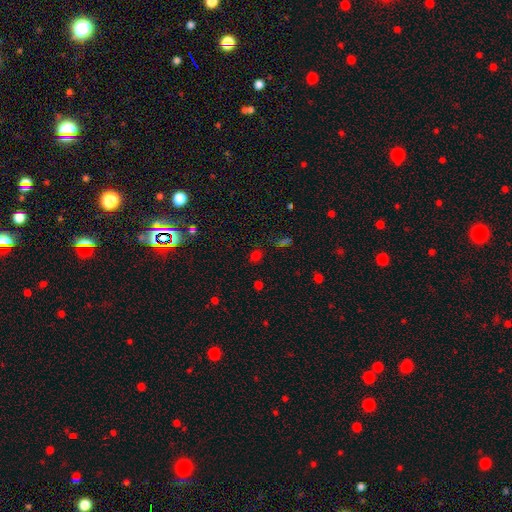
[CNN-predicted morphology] Smooth or featured: smooth — 64% (star or artifact — 30%)
How rounded: round — 57% (in between — 41%)
Merging: none — 81% (minor disturbance — 12%)